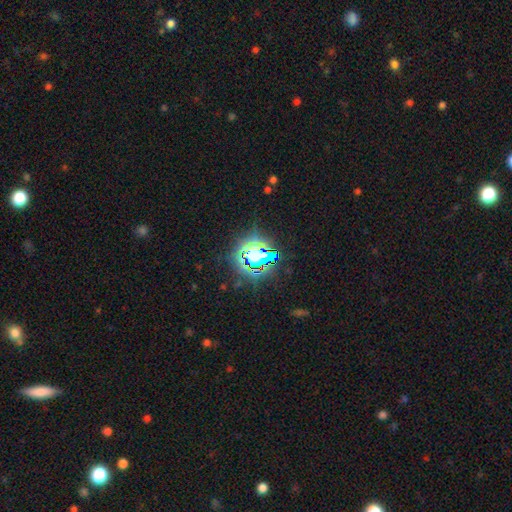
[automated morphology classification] A star or artifact, not a galaxy (68%).

Vote fractions:
- Smooth or featured? star or artifact: 68% / smooth: 21% / featured or disk: 11%